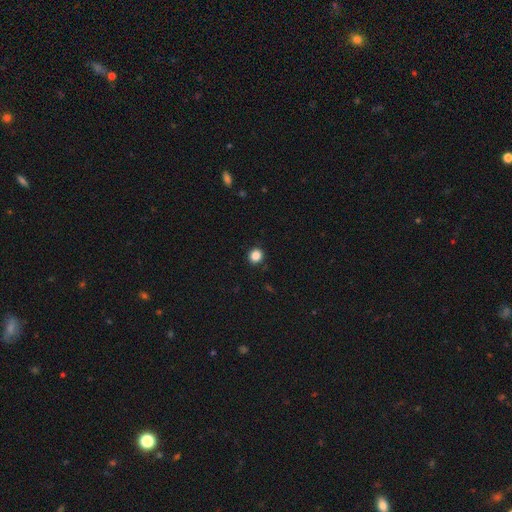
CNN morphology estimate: type=smooth (86%); roundness=round (87%); merging=none (91%).